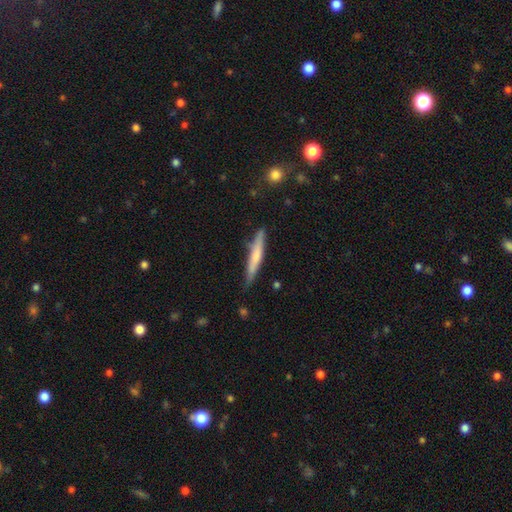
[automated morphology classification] The model was most divided on "smooth or featured": smooth: 57%, featured or disk: 37%, star or artifact: 6%. More confident: how rounded — cigar-shaped (94%); merging — none (80%).